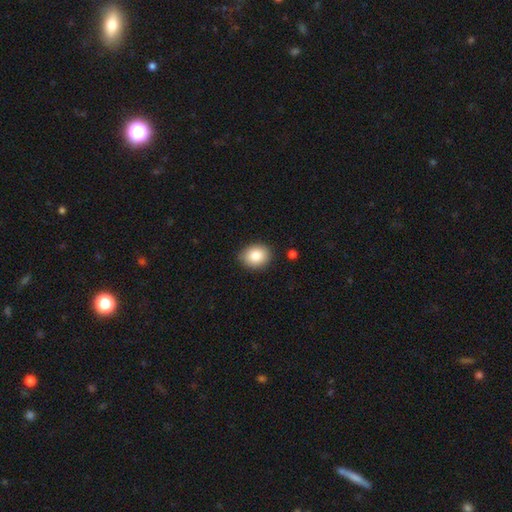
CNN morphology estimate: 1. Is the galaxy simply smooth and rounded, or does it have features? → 85% smooth, 8% star or artifact, 7% featured or disk.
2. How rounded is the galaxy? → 55% round, 45% in between, 1% cigar-shaped.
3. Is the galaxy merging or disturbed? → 85% none, 11% minor disturbance, 2% major disturbance, 2% merger.